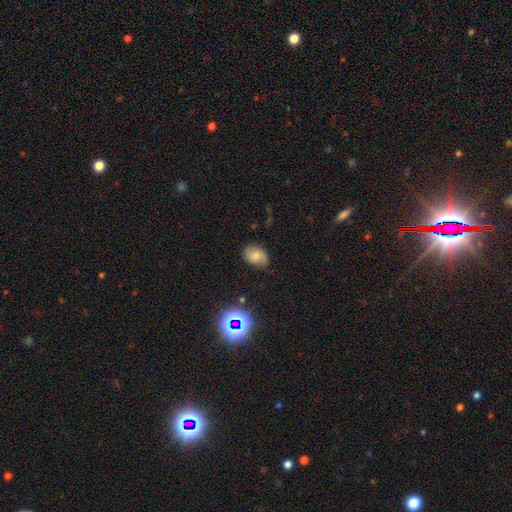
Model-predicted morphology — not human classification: type=smooth (70%); roundness=in between (73%); merging=none (74%).